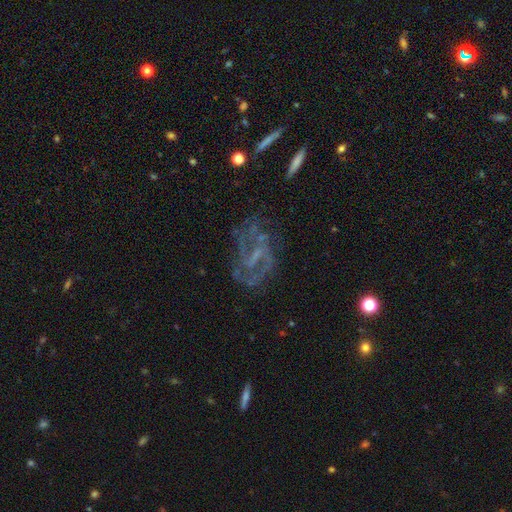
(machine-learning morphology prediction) This appears to be a featured or disk galaxy (76%) with a weak bar (45%), 2 (49%) medium (44%) spiral arms (78%) and no central bulge (53%). Merging: none (55%).